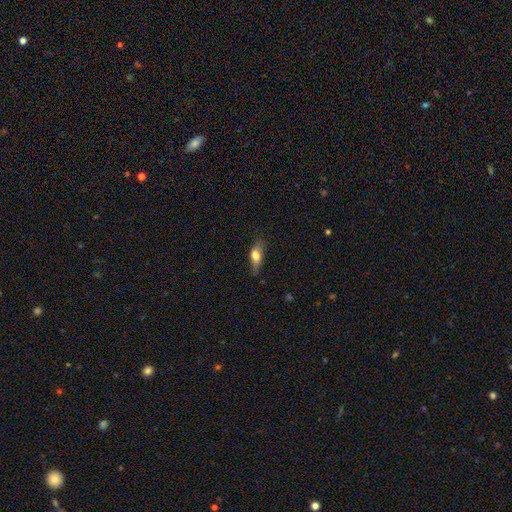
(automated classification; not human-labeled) Morphology: type=smooth (68%); roundness=in between (67%); merging=none (58%).